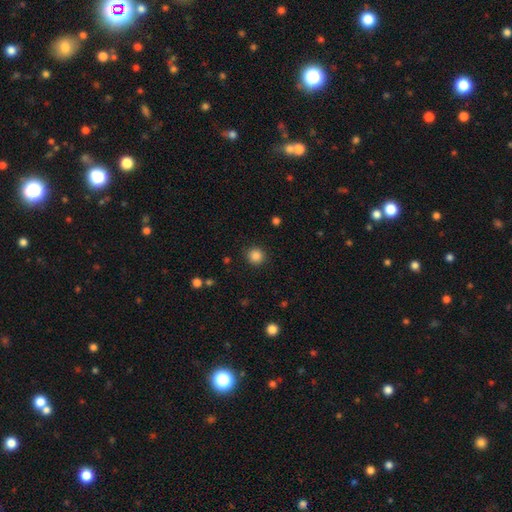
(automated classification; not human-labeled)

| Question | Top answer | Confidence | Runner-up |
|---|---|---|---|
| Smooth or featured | smooth | 86% | star or artifact (11%) |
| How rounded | round | 92% | in between (7%) |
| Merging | none | 90% | minor disturbance (7%) |